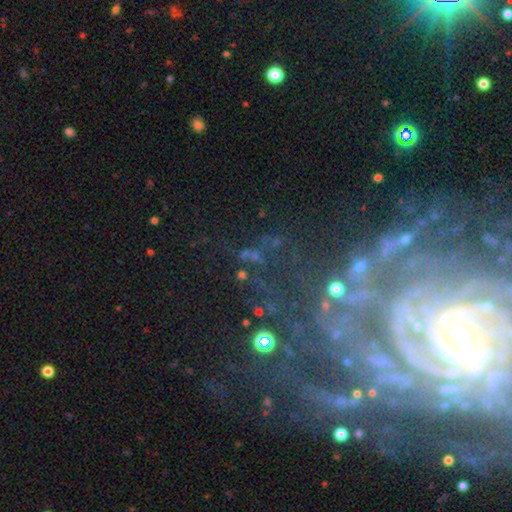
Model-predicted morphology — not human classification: A featured or disk galaxy (77%) with no bar (38%), tight (65%) spiral arms (88%) and a small central bulge (54%). Merging: none (60%).